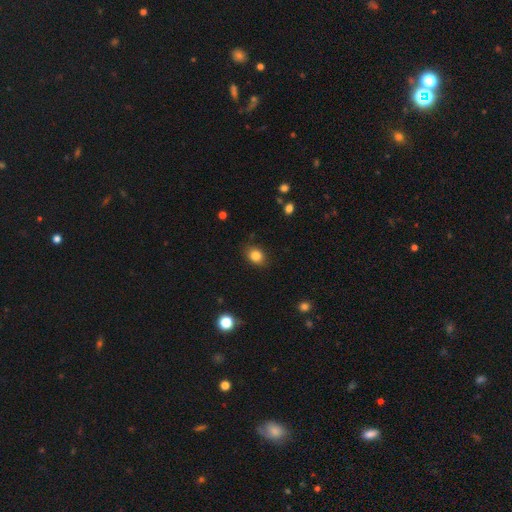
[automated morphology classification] Smooth or featured? Predicted: smooth (p=0.84). How rounded? Predicted: in between (p=0.52). Merging? Predicted: none (p=0.84).